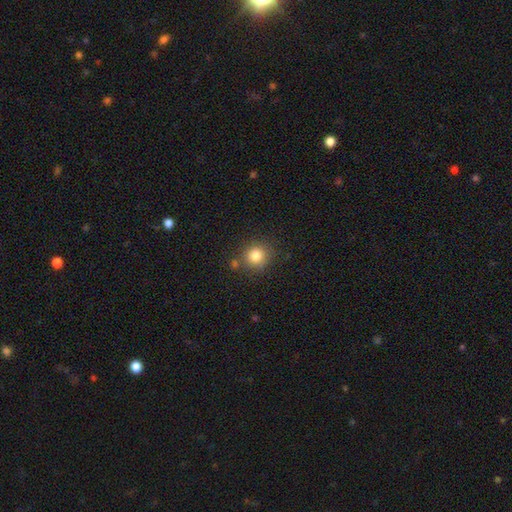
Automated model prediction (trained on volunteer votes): Smooth or featured? Predicted: smooth (p=0.82). How rounded? Predicted: round (p=0.87). Merging? Predicted: none (p=0.79).